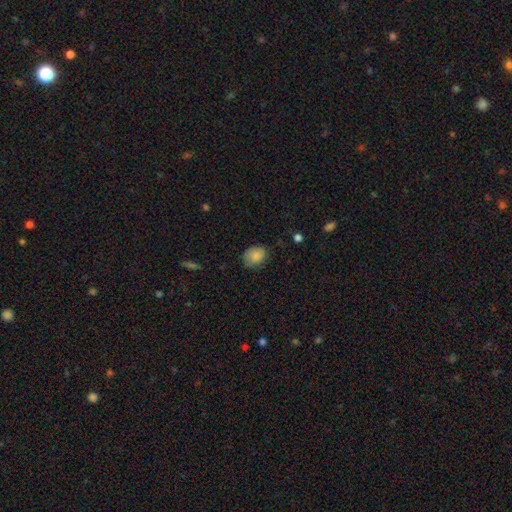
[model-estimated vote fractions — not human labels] Overall: smooth (85%). How rounded: in between (58%; round 41%). Merging: none (71%).